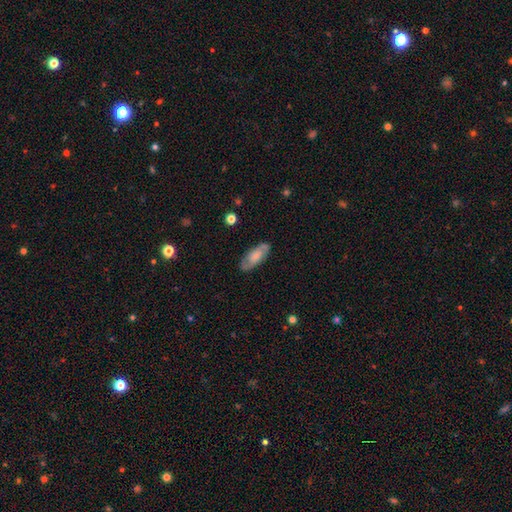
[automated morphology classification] Smooth or featured?
  - smooth: 49% *
  - featured or disk: 44%
  - star or artifact: 7%
Merging?
  - none: 80% *
  - minor disturbance: 14%
  - major disturbance: 4%
  - merger: 2%